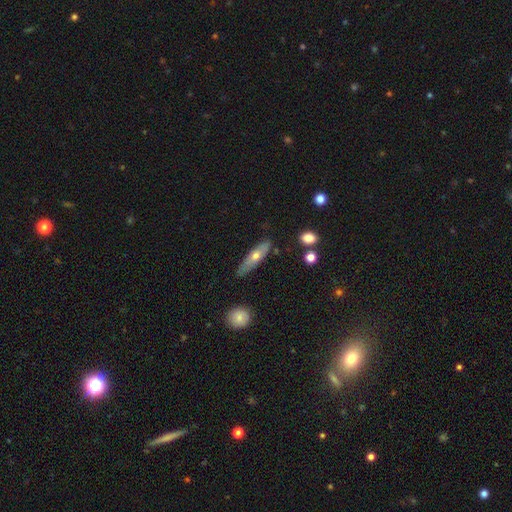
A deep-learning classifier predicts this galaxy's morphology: Smooth or featured? smooth (50%)
How rounded? cigar-shaped (67%)
Merging? none (74%)